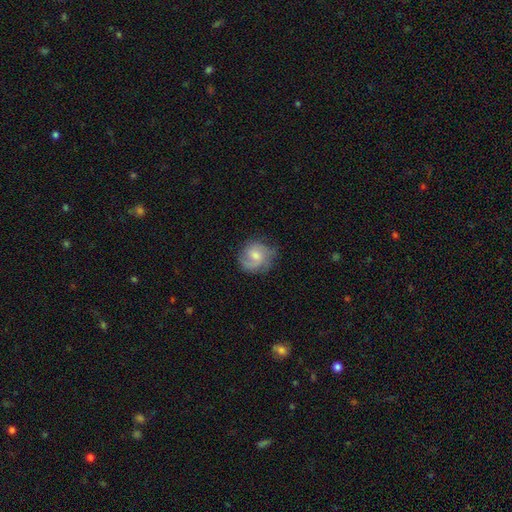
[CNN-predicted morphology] smooth-or-featured: featured or disk: 57% | smooth: 37% | star or artifact: 7%
  disk-edge-on: no: 98% | yes: 2%
    bar: no: 52% | weak: 43% | strong: 6%
    has-spiral-arms: yes: 89% | no: 11%
    bulge-size: moderate: 50% | small: 38% | none: 6% | large: 5% | dominant: 1%
  merging: none: 66% | minor disturbance: 23% | major disturbance: 10% | merger: 1%